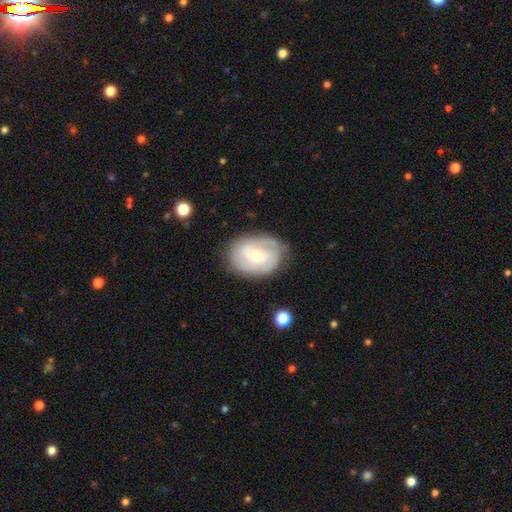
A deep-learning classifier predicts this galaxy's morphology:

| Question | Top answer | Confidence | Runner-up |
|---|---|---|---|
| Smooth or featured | featured or disk | 70% | smooth (24%) |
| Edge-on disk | no | 96% | yes (4%) |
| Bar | no | 47% | weak (41%) |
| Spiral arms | yes | 82% | no (18%) |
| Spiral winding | tight | 51% | medium (35%) |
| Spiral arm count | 2 | 46% | can't tell (30%) |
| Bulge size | moderate | 49% | small (47%) |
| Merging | none | 76% | minor disturbance (17%) |